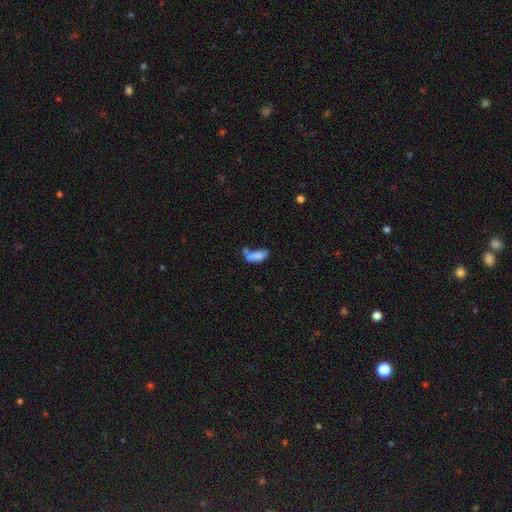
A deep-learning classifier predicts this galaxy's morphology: smooth_or_featured: smooth (p=0.75) [alt: featured or disk p=0.16]
how_rounded: in between (p=0.76) [alt: cigar-shaped p=0.21]
merging: merger (p=0.37) [alt: none p=0.35]